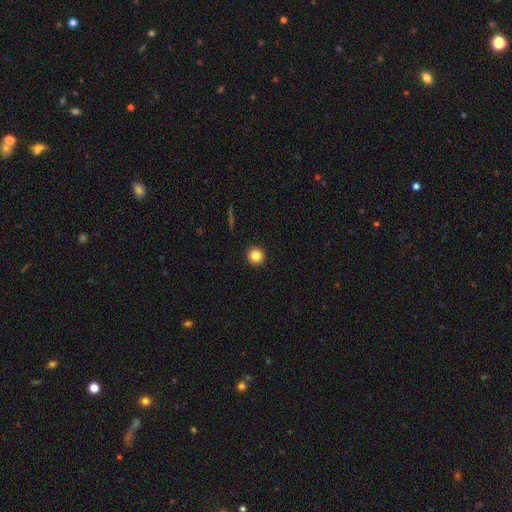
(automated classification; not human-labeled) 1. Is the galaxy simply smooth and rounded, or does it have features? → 83% smooth, 11% star or artifact, 6% featured or disk.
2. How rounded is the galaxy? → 95% round, 4% in between, 1% cigar-shaped.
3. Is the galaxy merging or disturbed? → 94% none, 4% minor disturbance, 1% major disturbance, 1% merger.